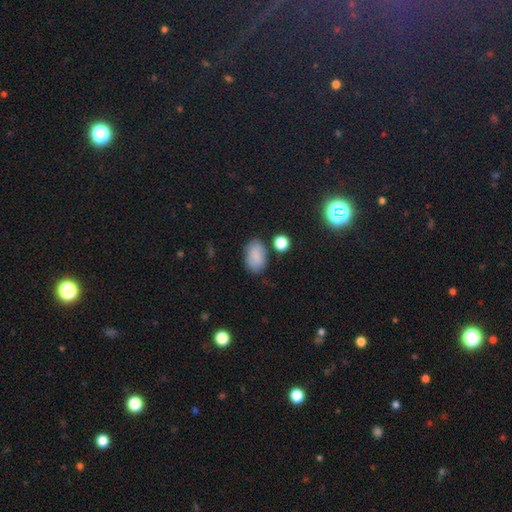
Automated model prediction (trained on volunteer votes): smooth_or_featured: smooth (p=0.83) [alt: star or artifact p=0.09]
how_rounded: in between (p=0.88) [alt: round p=0.11]
merging: none (p=0.72) [alt: minor disturbance p=0.18]